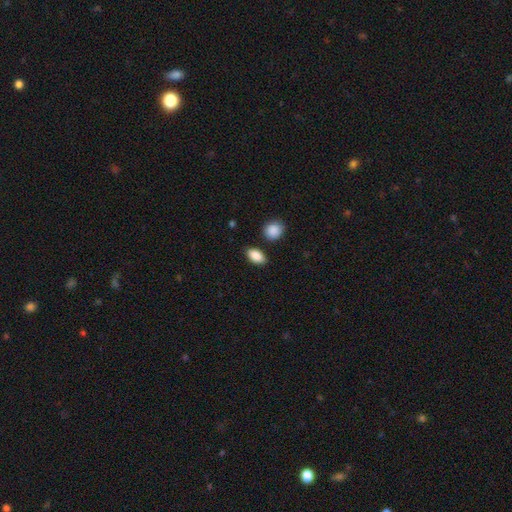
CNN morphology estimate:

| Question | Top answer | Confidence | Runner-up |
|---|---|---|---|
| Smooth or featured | smooth | 87% | star or artifact (7%) |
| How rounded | in between | 89% | round (8%) |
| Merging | none | 84% | minor disturbance (11%) |